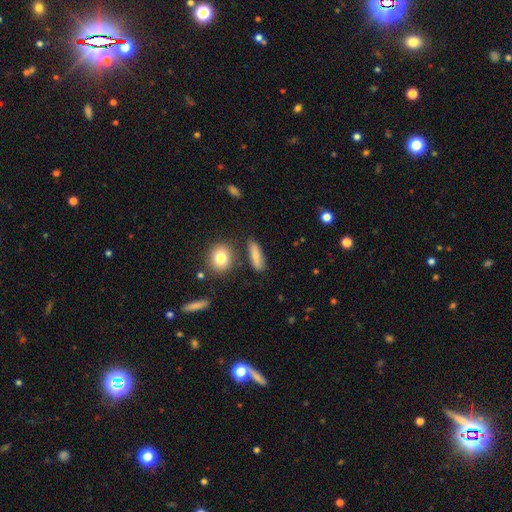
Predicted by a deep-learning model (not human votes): Smooth or featured?
  - smooth: 74% *
  - featured or disk: 17%
  - star or artifact: 9%
How rounded?
  - in between: 47% *
  - cigar-shaped: 44%
  - round: 8%
Merging?
  - none: 76% *
  - minor disturbance: 14%
  - merger: 6%
  - major disturbance: 4%